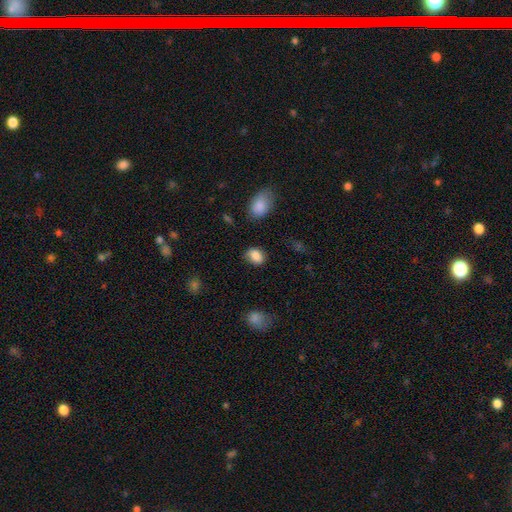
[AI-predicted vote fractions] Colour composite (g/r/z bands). It shows a smooth galaxy with no disk features (85%) that is in between round and cigar-shaped (68%). Merging: none (73%).